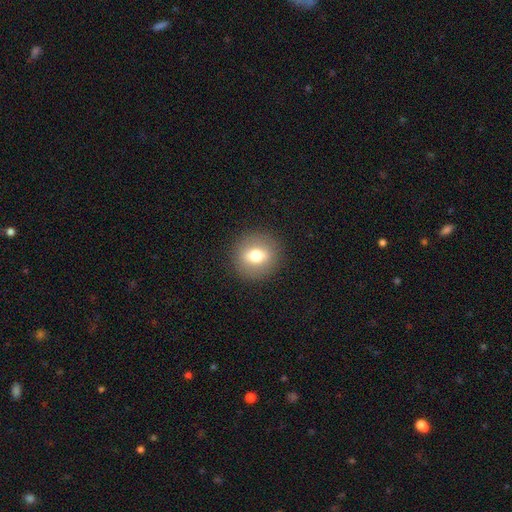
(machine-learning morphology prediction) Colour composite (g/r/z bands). It shows a smooth galaxy with no disk features (69%) that is round (85%). Merging: none (90%).